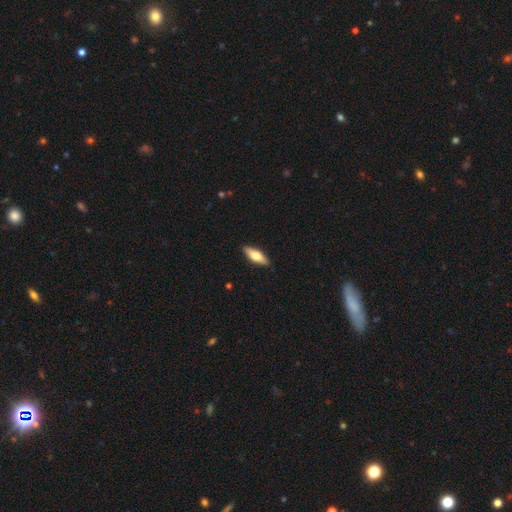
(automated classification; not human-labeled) smooth 61%, featured or disk 33%, star or artifact 6%. Down the decision tree: how rounded — in between (61%); merging — none (89%).